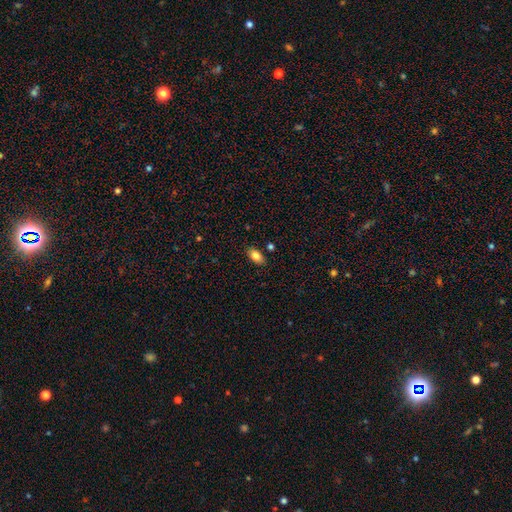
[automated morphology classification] type=smooth (84%); roundness=in between (92%); merging=none (85%).